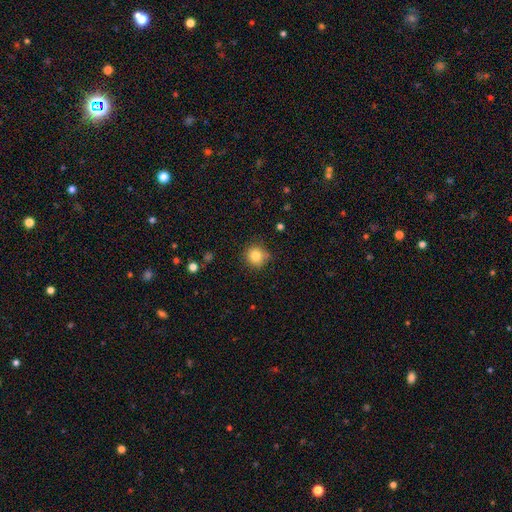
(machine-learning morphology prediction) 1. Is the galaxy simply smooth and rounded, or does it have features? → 82% smooth, 11% star or artifact, 7% featured or disk.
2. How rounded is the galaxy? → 92% round, 7% in between, 1% cigar-shaped.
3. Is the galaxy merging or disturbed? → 80% none, 15% minor disturbance, 3% major disturbance, 2% merger.